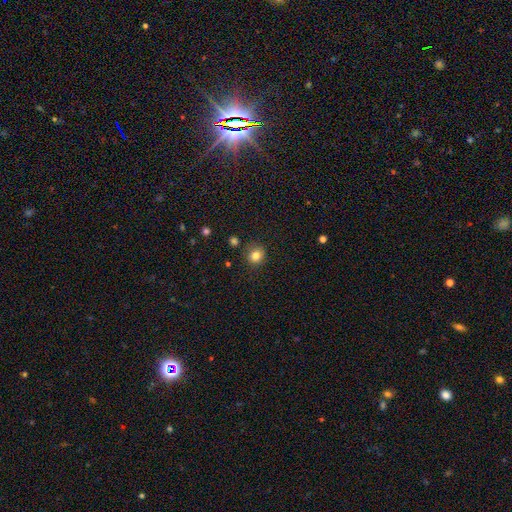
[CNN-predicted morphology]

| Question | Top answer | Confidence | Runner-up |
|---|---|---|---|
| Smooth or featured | smooth | 82% | star or artifact (12%) |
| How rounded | round | 86% | in between (13%) |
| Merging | none | 85% | minor disturbance (10%) |